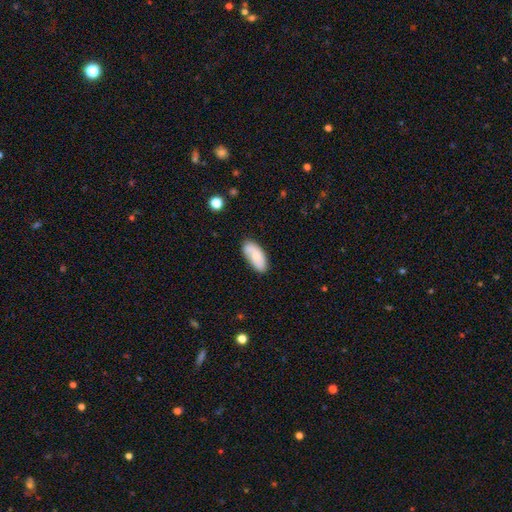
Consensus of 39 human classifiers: Volunteers were most divided on "merging": none: 70%, minor disturbance: 22%, major disturbance: 5%, merger: 3%. More confident: how rounded — in between (87%); smooth or featured — smooth (77%).